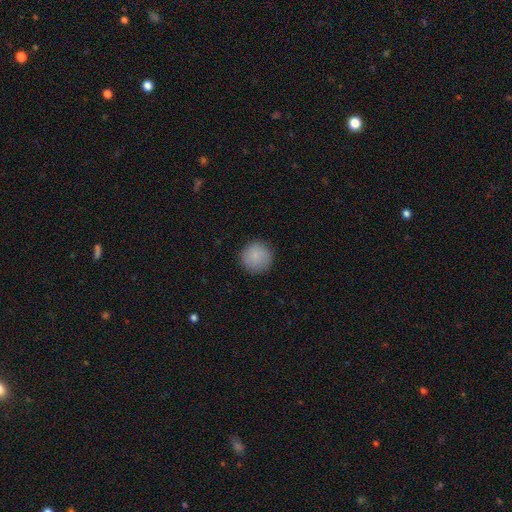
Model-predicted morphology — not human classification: Overall: smooth (86%). How rounded: round (95%). Merging: none (89%).